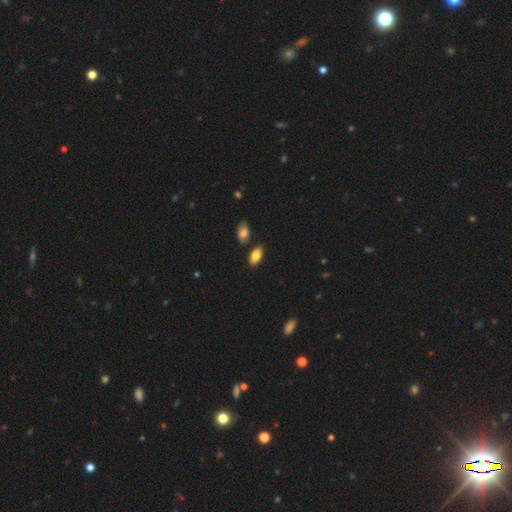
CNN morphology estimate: The model was most divided on "merging": none: 79%, minor disturbance: 11%, merger: 7%, major disturbance: 2%. More confident: how rounded — in between (92%); smooth or featured — smooth (83%).